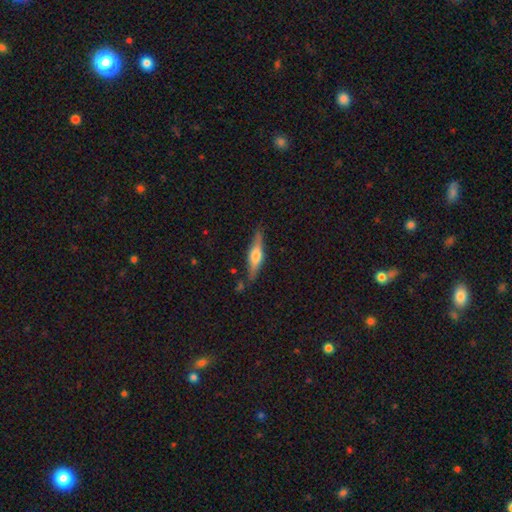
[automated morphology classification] type=featured or disk (61%); edge-on=yes (96%); edge-on bulge=rounded (90%); merging=none (83%).